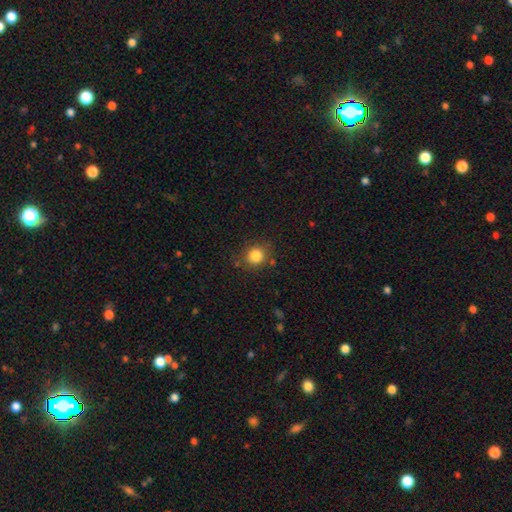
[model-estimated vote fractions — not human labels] Morphology: type=smooth (83%); roundness=round (85%); merging=none (81%).